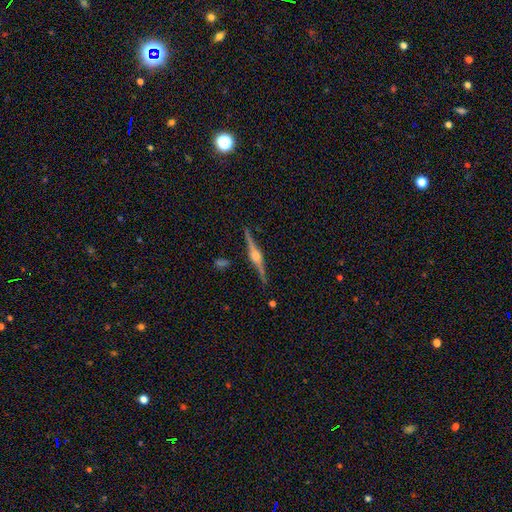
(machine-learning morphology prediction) This appears to be a featured or disk galaxy (88%) viewed edge-on (98%) with a rounded central bulge (90%). Merging: none (89%).